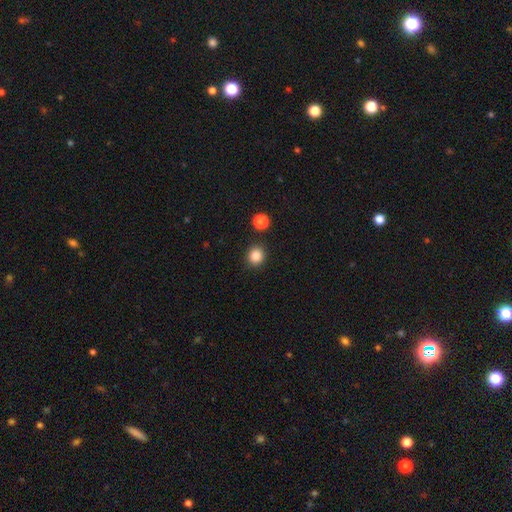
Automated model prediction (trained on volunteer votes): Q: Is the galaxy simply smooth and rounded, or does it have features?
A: smooth — 85%.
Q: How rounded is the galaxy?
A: round — 86%.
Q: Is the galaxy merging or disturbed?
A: none — 88%.